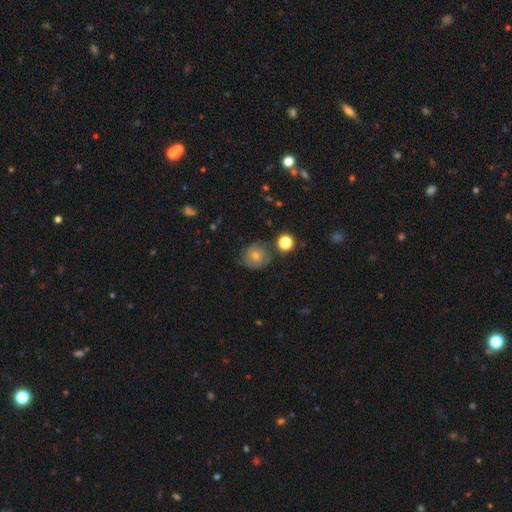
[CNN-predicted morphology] This is possibly a smooth galaxy (53%). How rounded: clearly round (87%). Merging: likely none (73%).